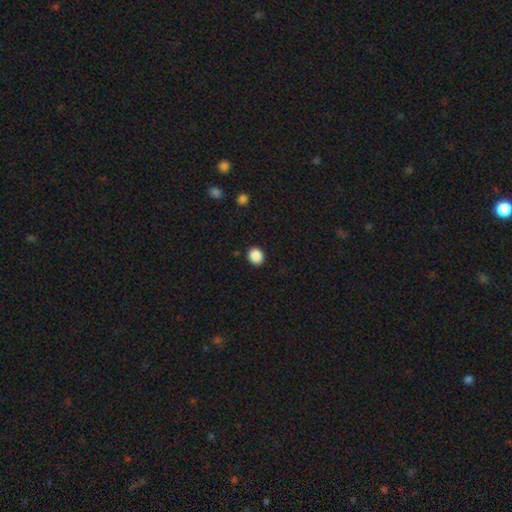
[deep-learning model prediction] Smooth or featured? Predicted: smooth (p=0.89). How rounded? Predicted: round (p=0.66). Merging? Predicted: none (p=0.90).